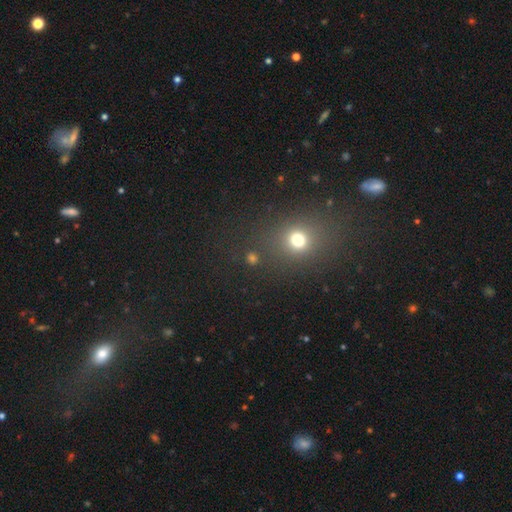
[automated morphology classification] Smooth or featured? smooth (55%)
How rounded? round (67%)
Merging? none (81%)